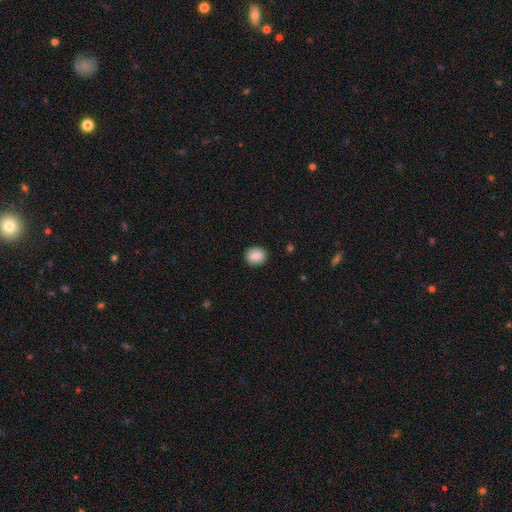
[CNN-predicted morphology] This appears to be a smooth galaxy with no disk features (87%) that is round (57%). Merging: none (89%).